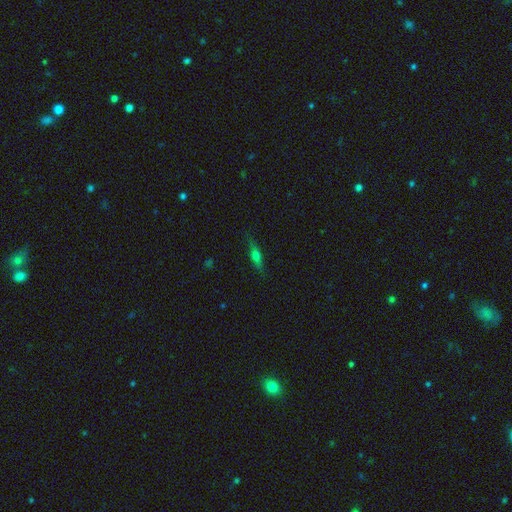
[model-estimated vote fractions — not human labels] A featured or disk galaxy (51%) viewed edge-on (92%). Merging: none (83%).